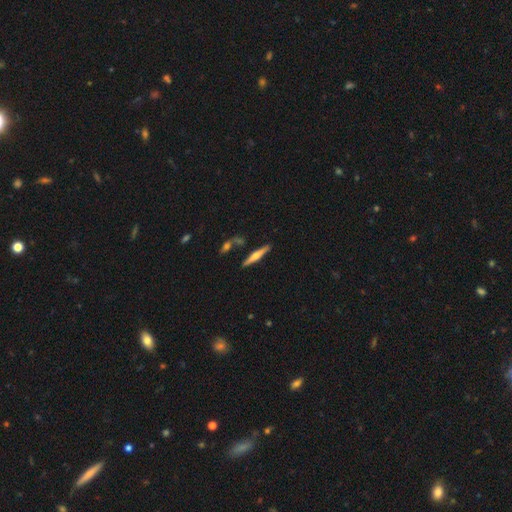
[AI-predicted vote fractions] Q: Smooth or featured?
A: featured or disk (63%); runner-up: smooth (31%)
Q: Edge-on disk?
A: yes (97%); runner-up: no (3%)
Q: Edge-on bulge?
A: rounded (89%); runner-up: none (6%)
Q: Merging?
A: none (81%); runner-up: minor disturbance (9%)